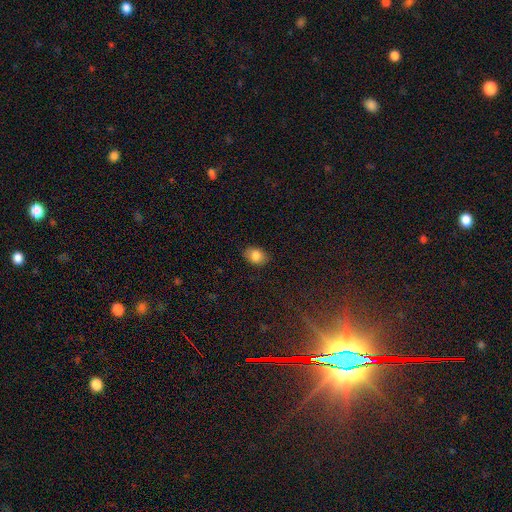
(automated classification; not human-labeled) A smooth galaxy with no disk features (83%) that is in between round and cigar-shaped (75%). Merging: none (85%).